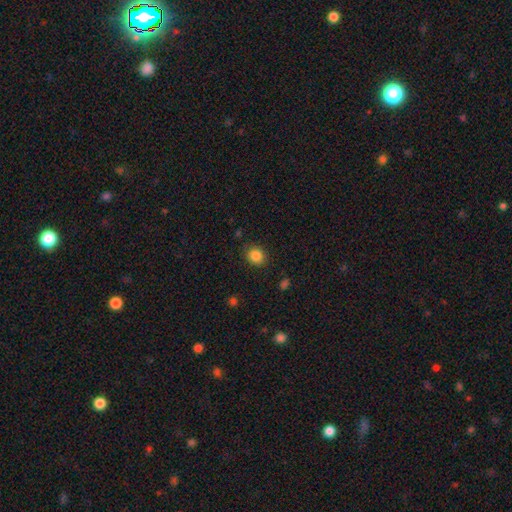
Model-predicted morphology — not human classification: Overall: smooth (86%). How rounded: round (74%). Merging: none (86%).